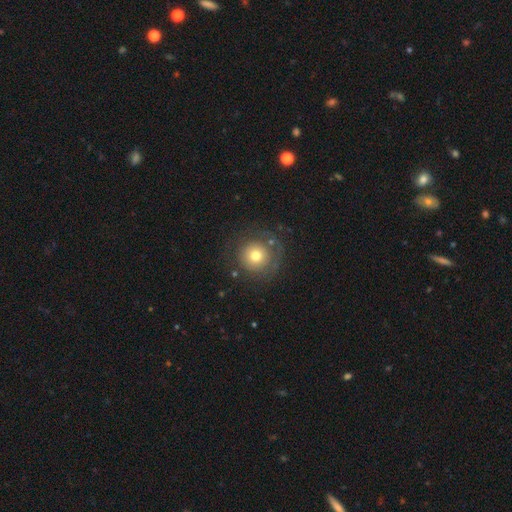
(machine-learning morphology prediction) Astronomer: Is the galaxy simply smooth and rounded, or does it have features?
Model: smooth — 64%.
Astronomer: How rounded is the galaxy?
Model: round — 94%.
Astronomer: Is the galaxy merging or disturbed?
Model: none — 70%.